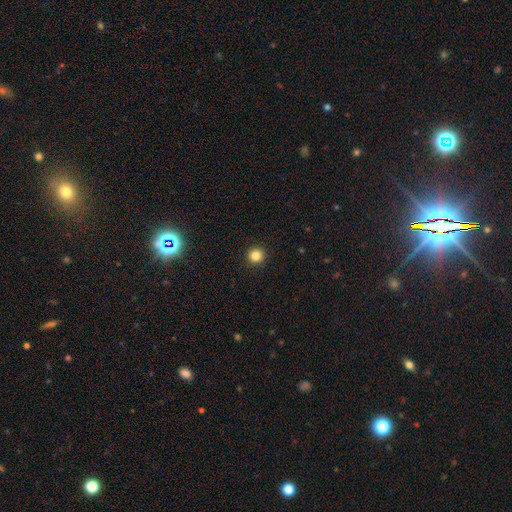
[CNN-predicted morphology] A smooth galaxy with no disk features (84%) that is round (95%).

Vote fractions:
- Smooth or featured? smooth: 84% / star or artifact: 12% / featured or disk: 4%
- How rounded? round: 95% / in between: 4% / cigar-shaped: 1%
- Merging? none: 94% / minor disturbance: 4% / major disturbance: 1% / merger: 1%